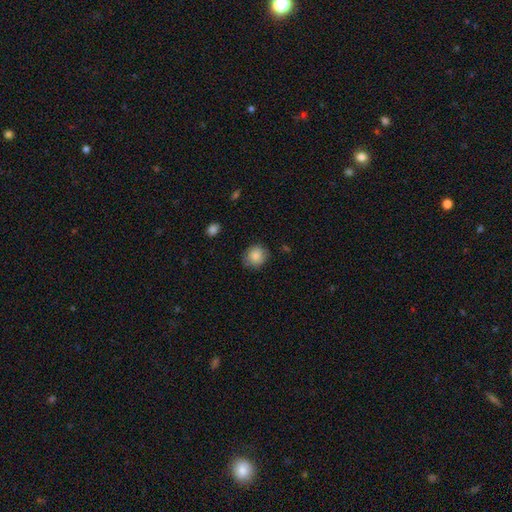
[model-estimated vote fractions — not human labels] Smooth or featured? Predicted: smooth (p=0.86). How rounded? Predicted: round (p=0.80). Merging? Predicted: none (p=0.79).